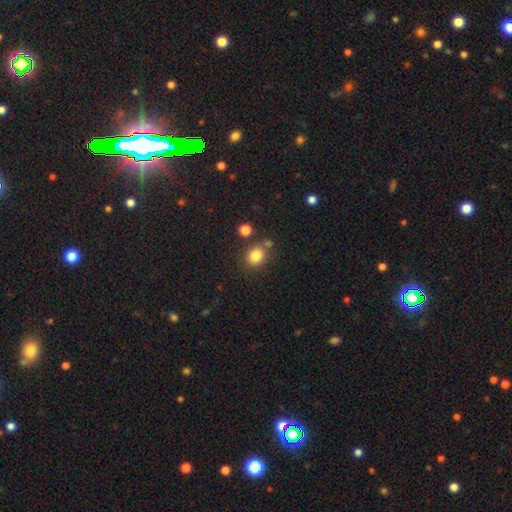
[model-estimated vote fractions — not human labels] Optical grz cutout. It shows a smooth galaxy with no disk features (82%) that is round (70%). Merging: none (74%).